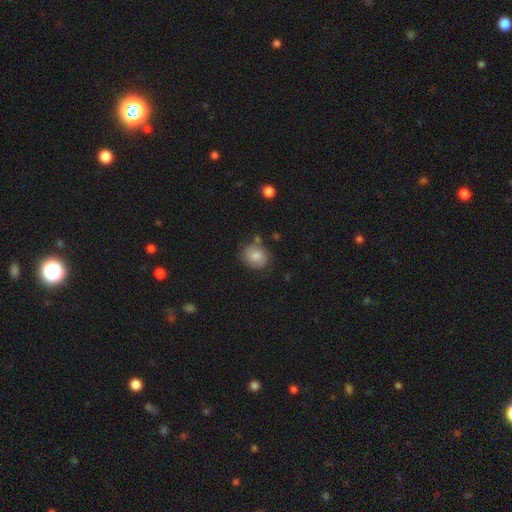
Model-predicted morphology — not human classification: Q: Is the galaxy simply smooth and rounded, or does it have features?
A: smooth — 73%.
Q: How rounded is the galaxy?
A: round — 61%.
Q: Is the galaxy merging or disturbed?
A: none — 69%.